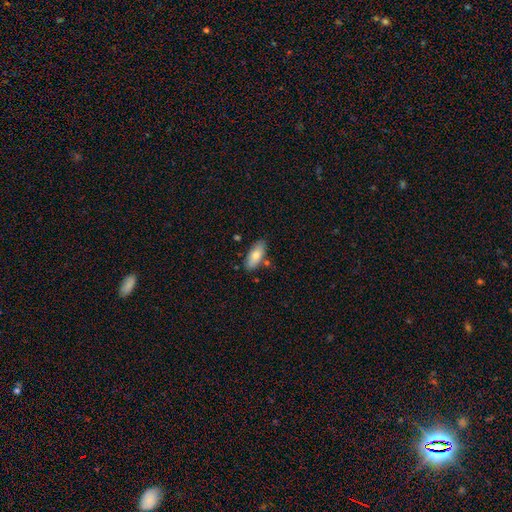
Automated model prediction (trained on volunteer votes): A smooth galaxy with no disk features (77%) that is in between round and cigar-shaped (86%). Merging: none (78%).